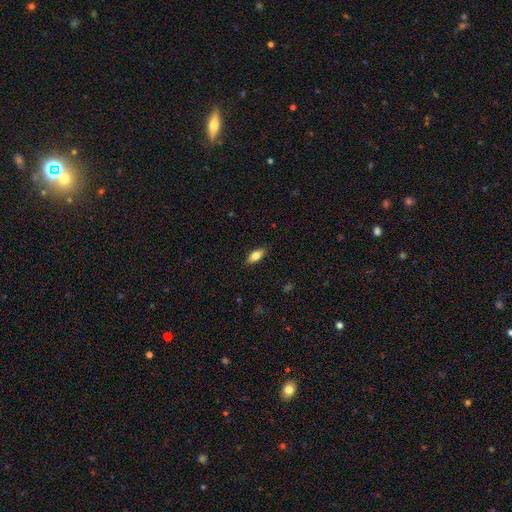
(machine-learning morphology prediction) A smooth galaxy with no disk features (74%) that is in between round and cigar-shaped (78%).

Vote fractions:
- Smooth or featured? smooth: 74% / featured or disk: 19% / star or artifact: 7%
- How rounded? in between: 78% / cigar-shaped: 20% / round: 3%
- Merging? none: 86% / minor disturbance: 10% / major disturbance: 2% / merger: 1%